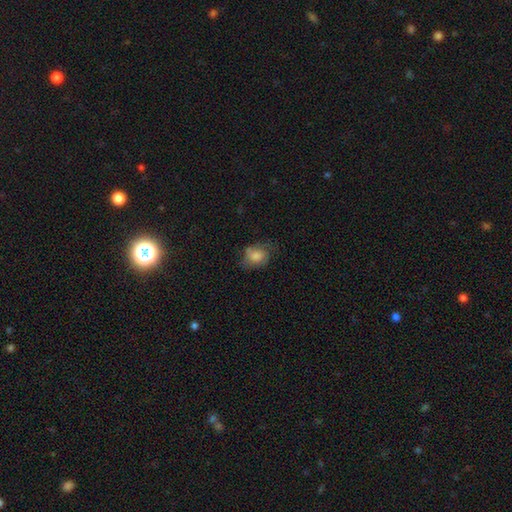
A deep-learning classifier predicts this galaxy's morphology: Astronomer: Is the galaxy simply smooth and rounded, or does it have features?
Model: smooth — 59%.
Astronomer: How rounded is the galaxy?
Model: in between — 57% (runner-up: round, 42%).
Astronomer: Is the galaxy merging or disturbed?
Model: none — 58%.